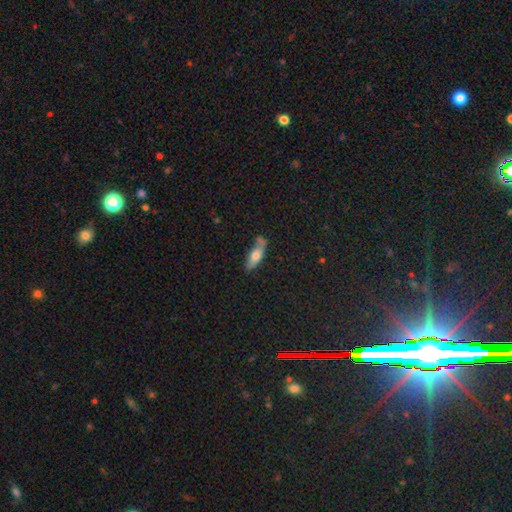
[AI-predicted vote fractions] Overall: smooth (63%; featured or disk 30%). How rounded: in between (62%; cigar-shaped 35%). Merging: none (62%; minor disturbance 26%).